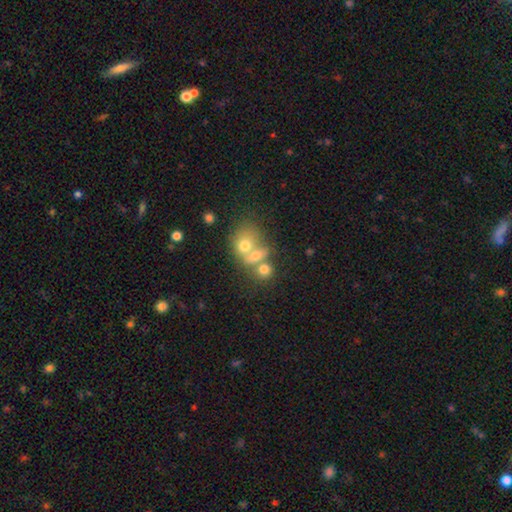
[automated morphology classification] This appears to be a smooth galaxy with no disk features (66%) that is round (56%). Merging: merger (61%).